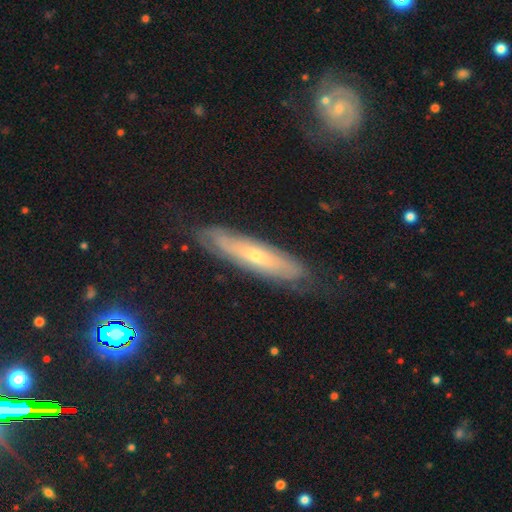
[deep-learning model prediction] featured or disk 64%, smooth 27%, star or artifact 9%. Down the decision tree: edge-on disk — no (51%); merging — none (77%).